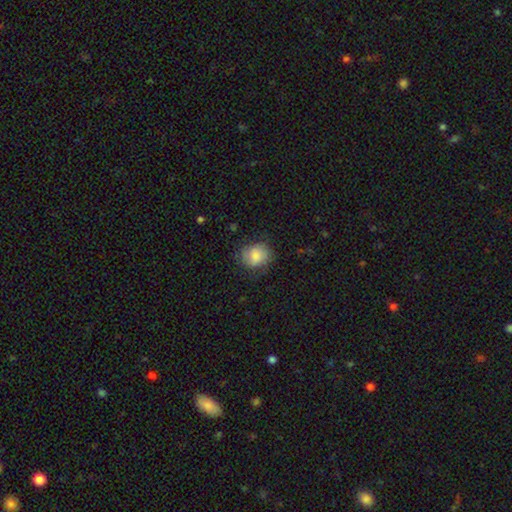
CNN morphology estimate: Smooth or featured? Predicted: smooth (p=0.75). How rounded? Predicted: round (p=0.65). Merging? Predicted: none (p=0.68).